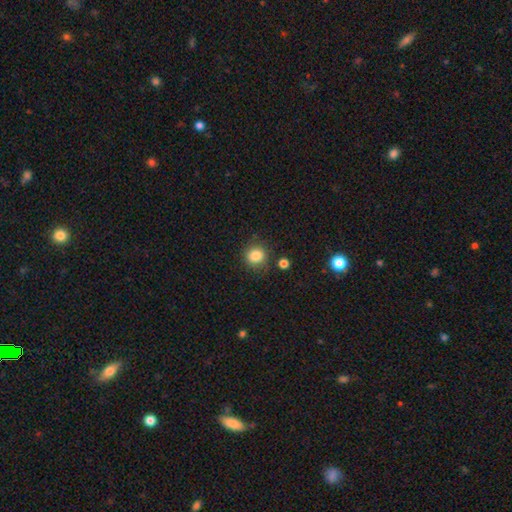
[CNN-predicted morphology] smooth 85%, star or artifact 10%, featured or disk 5%. Down the decision tree: how rounded — round (77%); merging — none (79%).